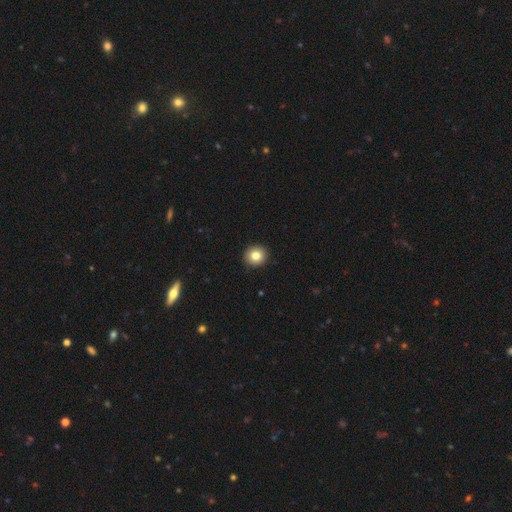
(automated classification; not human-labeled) Smooth or featured? Predicted: smooth (p=0.82). How rounded? Predicted: round (p=0.87). Merging? Predicted: none (p=0.93).